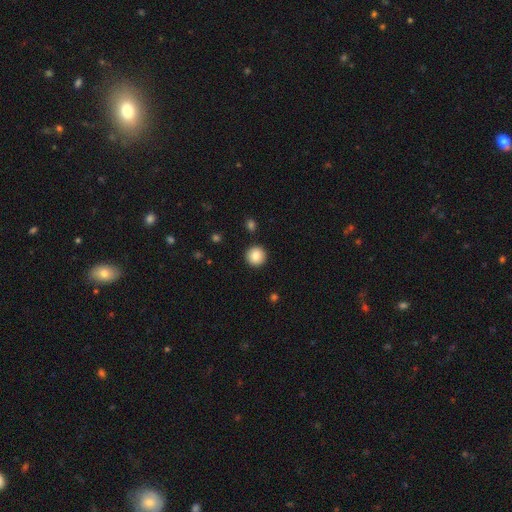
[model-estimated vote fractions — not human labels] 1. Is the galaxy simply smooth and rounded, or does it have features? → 84% smooth, 8% star or artifact, 7% featured or disk.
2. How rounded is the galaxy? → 96% round, 3% in between, 1% cigar-shaped.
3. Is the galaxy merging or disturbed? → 92% none, 5% minor disturbance, 2% major disturbance, 1% merger.